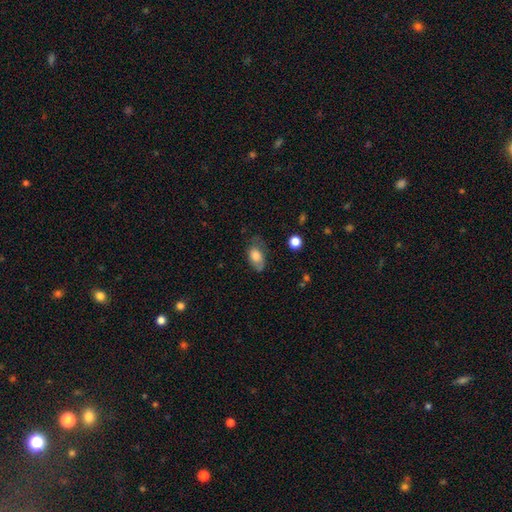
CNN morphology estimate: Overall: smooth (73%). How rounded: in between (88%). Merging: none (48%; minor disturbance 33%).